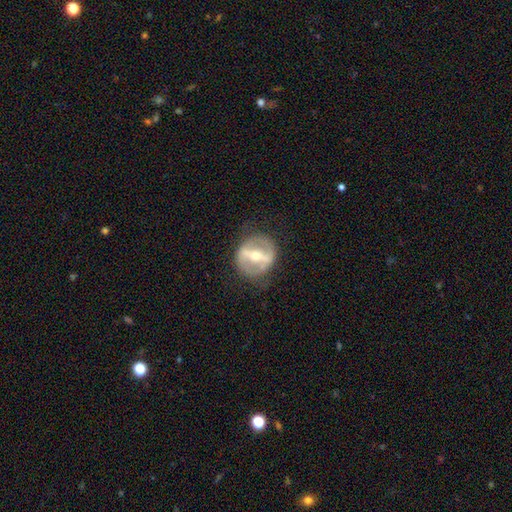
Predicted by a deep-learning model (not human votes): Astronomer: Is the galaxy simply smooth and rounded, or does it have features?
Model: featured or disk — 77%.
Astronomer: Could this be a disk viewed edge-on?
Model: no — 88%.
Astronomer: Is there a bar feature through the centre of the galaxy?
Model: strong — 78%.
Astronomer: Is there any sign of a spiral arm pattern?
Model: no — 65%.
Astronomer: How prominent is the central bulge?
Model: moderate — 63%.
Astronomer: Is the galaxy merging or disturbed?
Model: none — 76%.